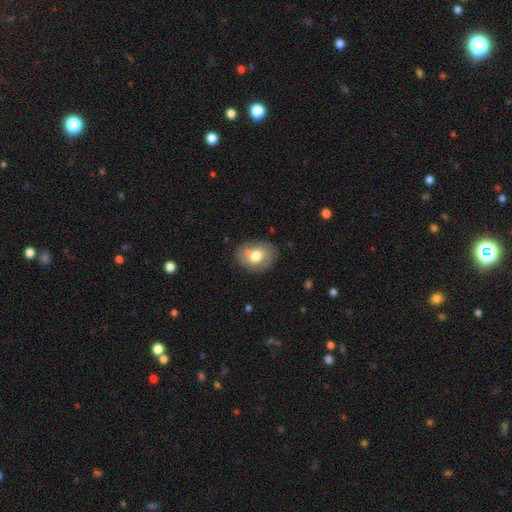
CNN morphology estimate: smooth_or_featured: smooth (p=0.64) [alt: featured or disk p=0.28]
how_rounded: in between (p=0.60) [alt: round p=0.39]
merging: none (p=0.65) [alt: minor disturbance p=0.18]